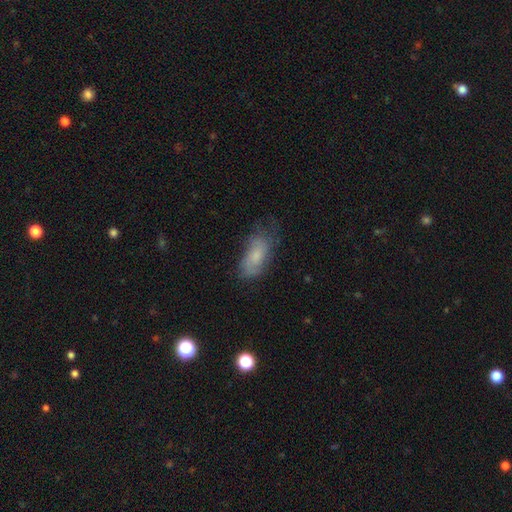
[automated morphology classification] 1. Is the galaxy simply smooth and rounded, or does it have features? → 58% smooth, 33% featured or disk, 9% star or artifact.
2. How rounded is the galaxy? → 85% in between, 11% cigar-shaped, 4% round.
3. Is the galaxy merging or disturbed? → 52% none, 30% minor disturbance, 15% major disturbance, 2% merger.